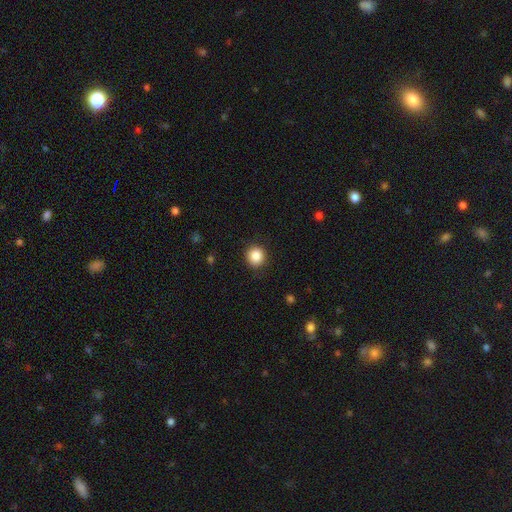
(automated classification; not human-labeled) This is clearly a smooth galaxy (87%). How rounded: clearly round (91%). Merging: clearly none (89%).